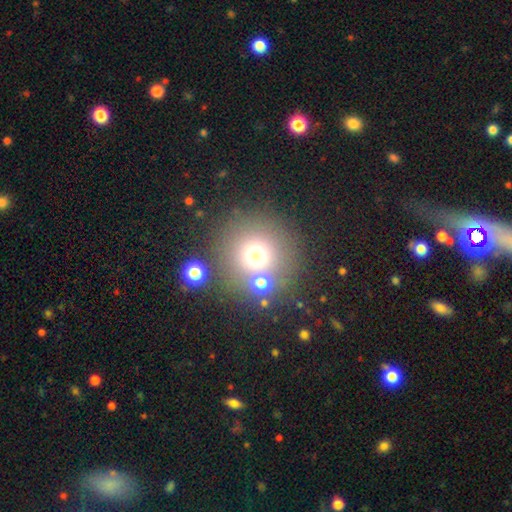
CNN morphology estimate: A smooth galaxy with no disk features (66%) that is round (95%). Merging: none (74%).